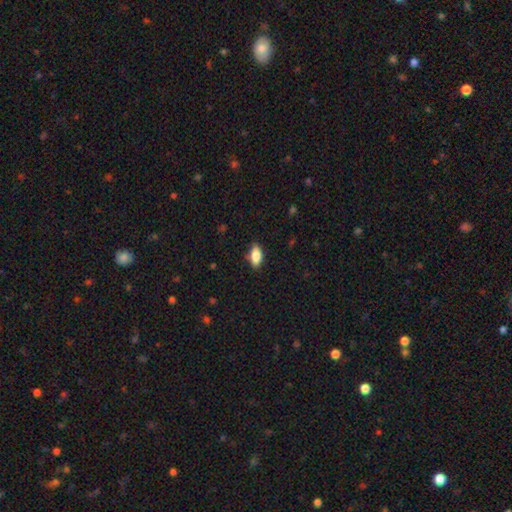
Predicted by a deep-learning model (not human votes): Smooth or featured? Predicted: smooth (p=0.83). How rounded? Predicted: in between (p=0.88). Merging? Predicted: none (p=0.85).